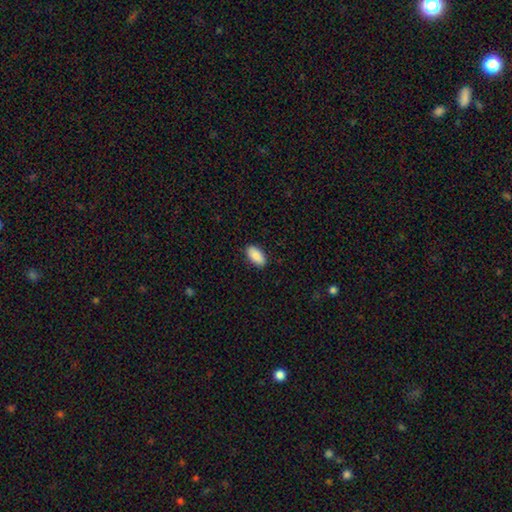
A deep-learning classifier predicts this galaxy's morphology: smooth-or-featured: smooth: 87% | featured or disk: 7% | star or artifact: 6%
  how-rounded: in between: 93% | cigar-shaped: 4% | round: 3%
  merging: none: 88% | minor disturbance: 9% | major disturbance: 2% | merger: 1%